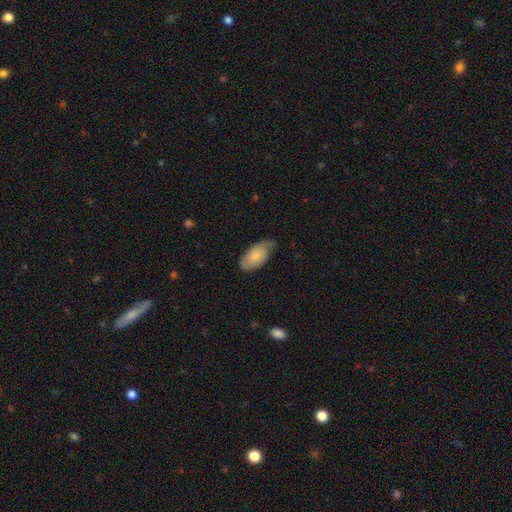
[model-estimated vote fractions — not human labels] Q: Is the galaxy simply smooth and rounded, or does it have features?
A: smooth — 66%.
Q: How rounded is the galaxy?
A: in between — 94%.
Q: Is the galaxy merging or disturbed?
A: none — 57%.